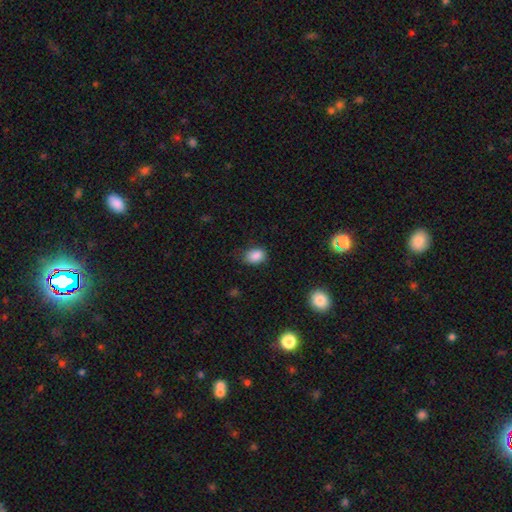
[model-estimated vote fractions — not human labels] Smooth or featured: smooth — 87% (star or artifact — 9%)
How rounded: in between — 72% (round — 26%)
Merging: none — 71% (minor disturbance — 23%)